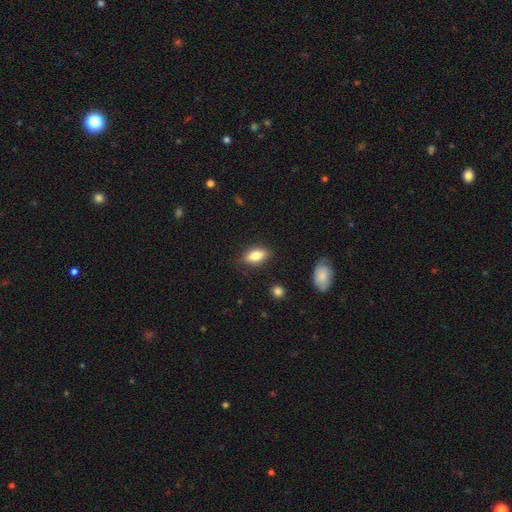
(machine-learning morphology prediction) Smooth or featured?
  - smooth: 75% *
  - featured or disk: 18%
  - star or artifact: 7%
How rounded?
  - in between: 83% *
  - cigar-shaped: 12%
  - round: 5%
Merging?
  - none: 81% *
  - minor disturbance: 14%
  - major disturbance: 3%
  - merger: 2%